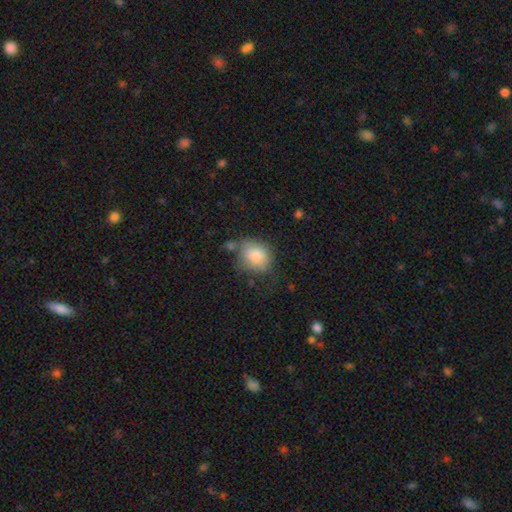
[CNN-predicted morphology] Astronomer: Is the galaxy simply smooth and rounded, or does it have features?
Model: smooth — 84%.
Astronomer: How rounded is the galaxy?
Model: in between — 53% (runner-up: round, 46%).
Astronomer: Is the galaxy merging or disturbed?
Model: none — 49% (runner-up: minor disturbance, 29%).